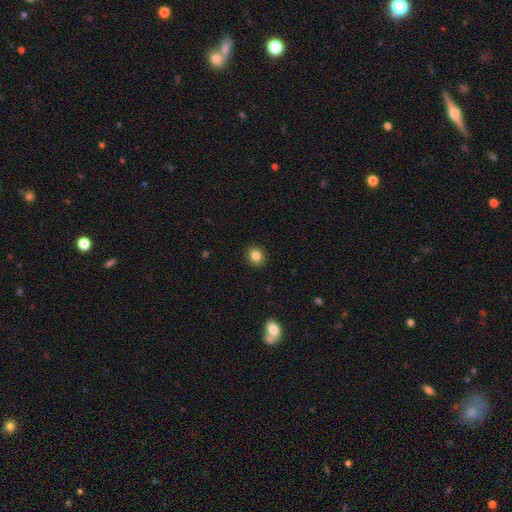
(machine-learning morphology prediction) Smooth or featured?
  - smooth: 83% *
  - star or artifact: 11%
  - featured or disk: 6%
How rounded?
  - round: 79% *
  - in between: 20%
  - cigar-shaped: 1%
Merging?
  - none: 91% *
  - minor disturbance: 6%
  - major disturbance: 2%
  - merger: 1%